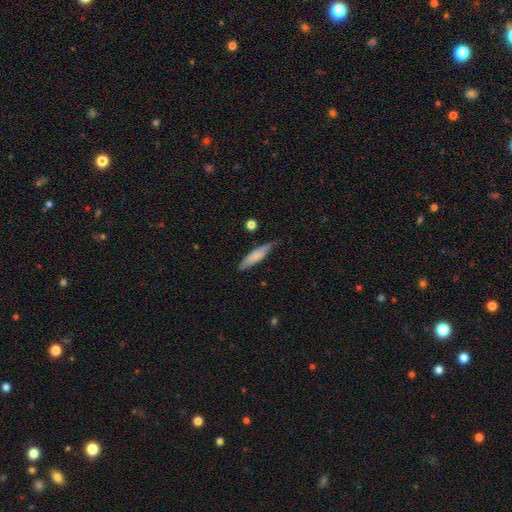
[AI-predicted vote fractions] This is likely a smooth galaxy (74%). How rounded: likely cigar-shaped (76%). Merging: likely none (72%).